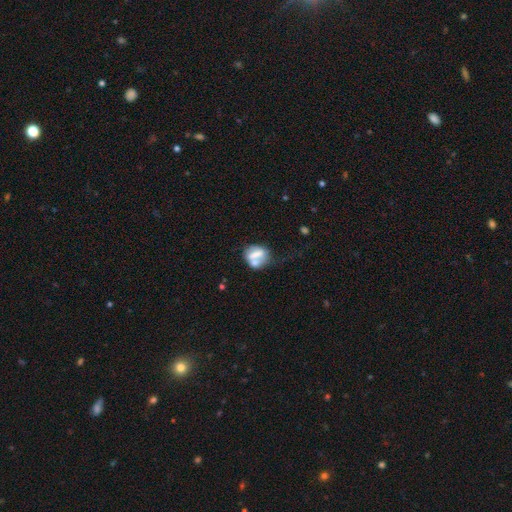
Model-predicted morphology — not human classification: type=smooth (54%); roundness=round (49%); merging=none (36%).